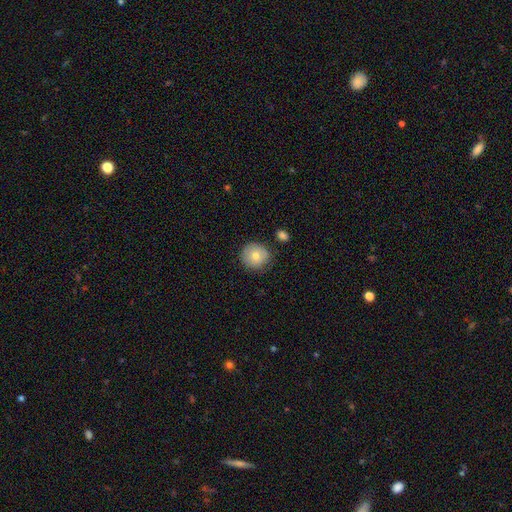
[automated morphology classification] type=smooth (75%); roundness=round (91%); merging=none (79%).